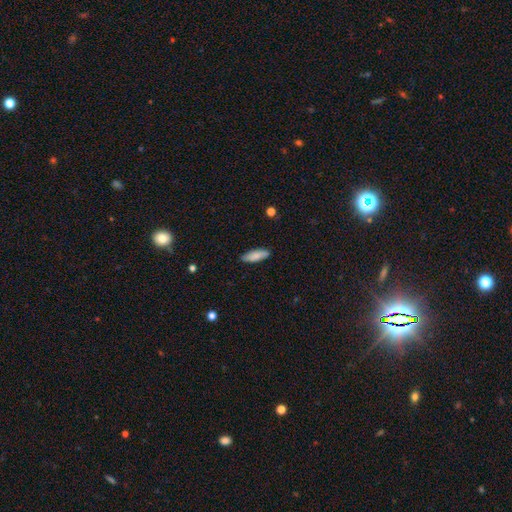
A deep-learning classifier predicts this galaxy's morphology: Smooth or featured? smooth (83%)
How rounded? in between (61%)
Merging? none (86%)